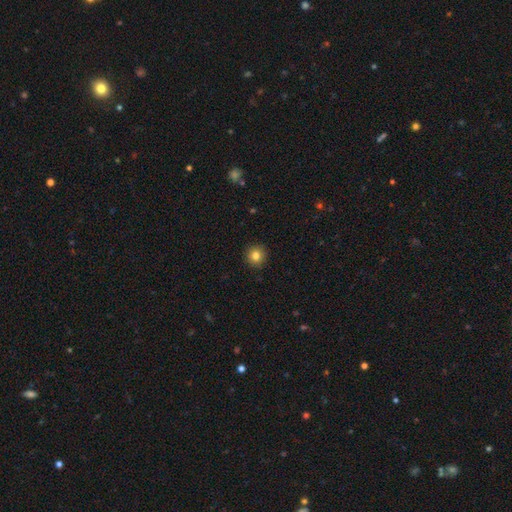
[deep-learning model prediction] Q: Smooth or featured?
A: smooth (82%); runner-up: star or artifact (12%)
Q: How rounded?
A: round (94%); runner-up: in between (5%)
Q: Merging?
A: none (92%); runner-up: minor disturbance (5%)